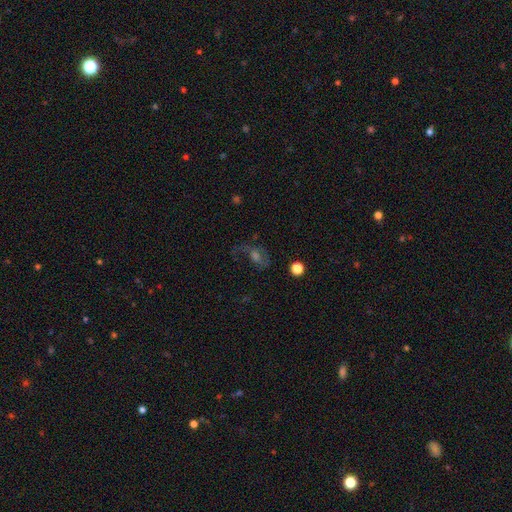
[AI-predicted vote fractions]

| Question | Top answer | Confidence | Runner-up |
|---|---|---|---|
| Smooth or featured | featured or disk | 50% | smooth (29%) |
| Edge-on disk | no | 94% | yes (6%) |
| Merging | none | 46% | major disturbance (31%) |